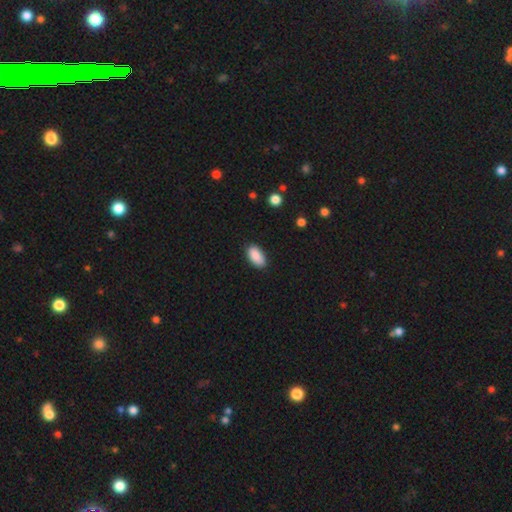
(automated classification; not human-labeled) smooth-or-featured: smooth: 89% | star or artifact: 7% | featured or disk: 4%
  how-rounded: in between: 93% | cigar-shaped: 4% | round: 3%
  merging: none: 86% | minor disturbance: 11% | major disturbance: 2% | merger: 1%